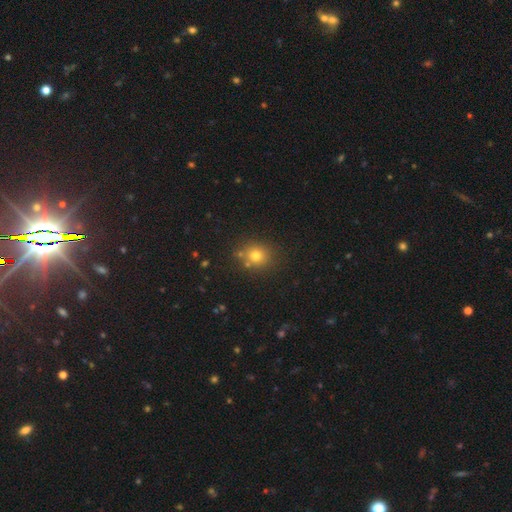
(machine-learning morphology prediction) Smooth or featured?
  - smooth: 75% *
  - star or artifact: 17%
  - featured or disk: 9%
How rounded?
  - round: 81% *
  - in between: 18%
  - cigar-shaped: 1%
Merging?
  - none: 78% *
  - minor disturbance: 10%
  - merger: 9%
  - major disturbance: 3%